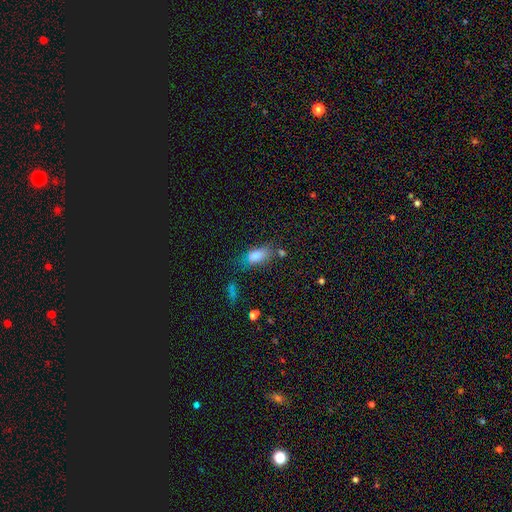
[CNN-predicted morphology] This is likely a smooth galaxy (76%). How rounded: clearly in between (83%). Merging: possibly none (57%).